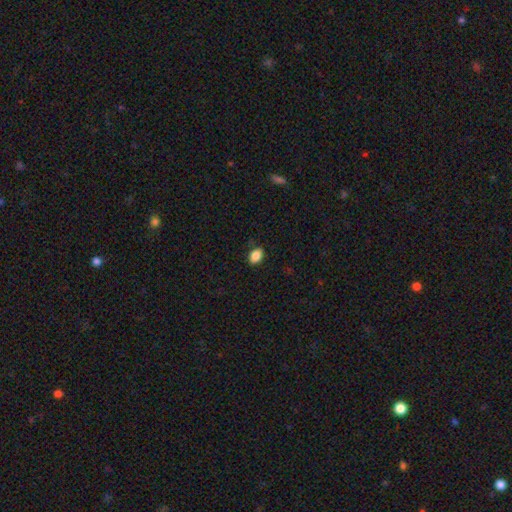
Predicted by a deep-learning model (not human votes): Smooth or featured?
  - smooth: 87% *
  - star or artifact: 9%
  - featured or disk: 4%
How rounded?
  - in between: 78% *
  - round: 20%
  - cigar-shaped: 1%
Merging?
  - none: 84% *
  - minor disturbance: 13%
  - major disturbance: 3%
  - merger: 1%